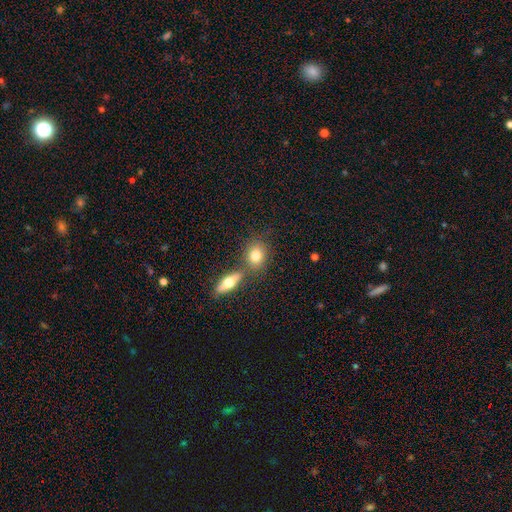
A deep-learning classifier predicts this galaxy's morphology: Smooth or featured?
  - smooth: 77% *
  - featured or disk: 15%
  - star or artifact: 9%
How rounded?
  - in between: 48% * (tied)
  - round: 48% * (tied)
  - cigar-shaped: 4%
Merging?
  - none: 63% *
  - merger: 24%
  - minor disturbance: 10%
  - major disturbance: 3%